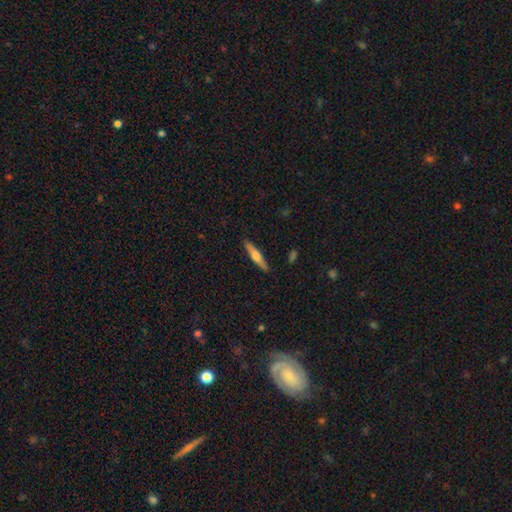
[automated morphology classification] A featured or disk galaxy (48%).

Vote fractions:
- Smooth or featured? featured or disk: 48% / smooth: 46% / star or artifact: 6%
- Merging? none: 89% / minor disturbance: 8% / major disturbance: 2% / merger: 1%